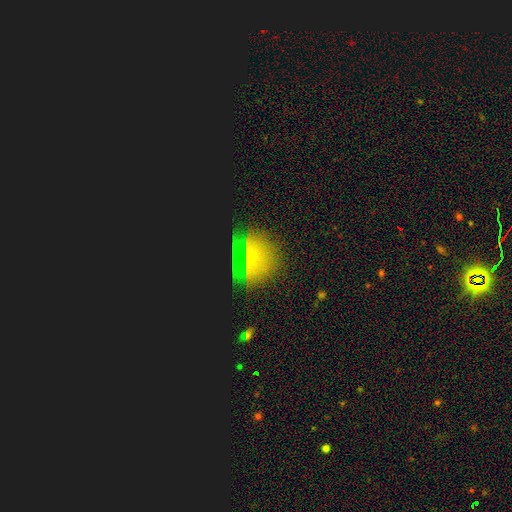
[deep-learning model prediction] The model was most divided on "smooth or featured": star or artifact: 55%, smooth: 30%, featured or disk: 15%.